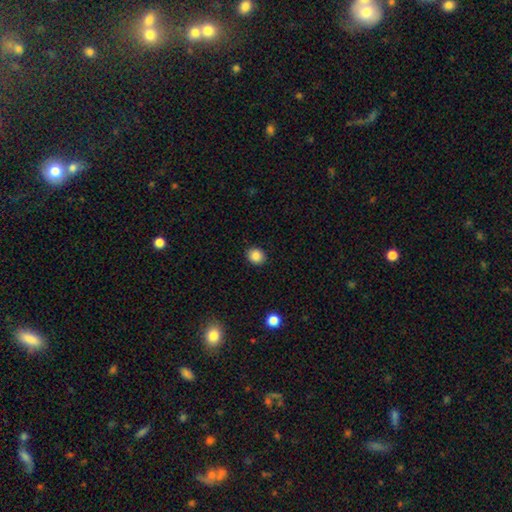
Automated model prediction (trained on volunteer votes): Morphology: type=smooth (86%); roundness=round (80%); merging=none (91%).